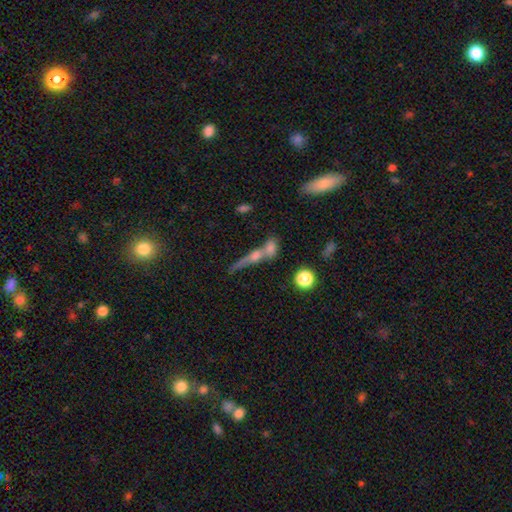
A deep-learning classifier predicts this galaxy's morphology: featured or disk 43%, smooth 42%, star or artifact 15%. Down the decision tree: merging — merger (48%).